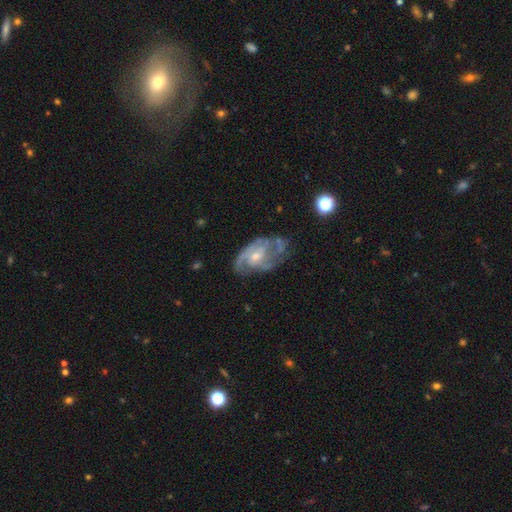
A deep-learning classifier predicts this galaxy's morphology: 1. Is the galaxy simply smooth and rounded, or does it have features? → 85% featured or disk, 9% smooth, 6% star or artifact.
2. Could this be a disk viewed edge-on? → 97% no, 3% yes.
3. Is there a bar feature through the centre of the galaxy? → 54% no, 38% weak, 8% strong.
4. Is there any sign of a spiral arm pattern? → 93% yes, 7% no.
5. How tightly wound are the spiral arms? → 48% medium, 37% tight, 15% loose.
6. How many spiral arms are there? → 37% 2, 28% 3, 20% can't tell, 6% 4, 4% 1, 4% more than 4.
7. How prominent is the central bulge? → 54% small, 40% moderate, 3% none, 2% large, 1% dominant.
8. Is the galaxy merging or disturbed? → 57% none, 24% minor disturbance, 16% major disturbance, 3% merger.